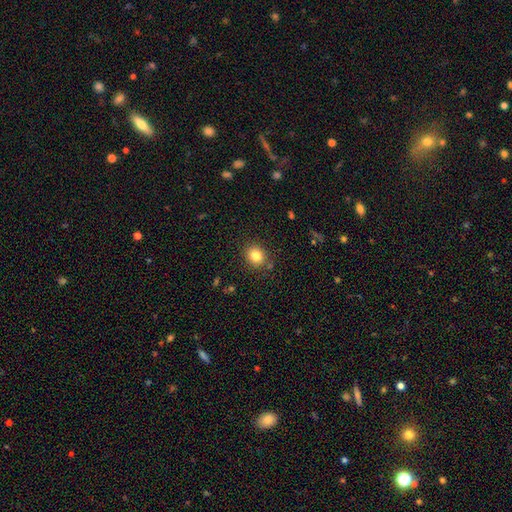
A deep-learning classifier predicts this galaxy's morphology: type=smooth (82%); roundness=round (76%); merging=none (86%).